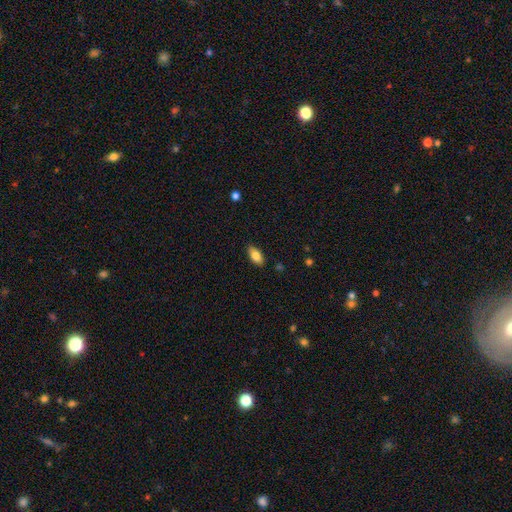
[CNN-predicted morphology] This is clearly a smooth galaxy (82%). How rounded: clearly in between (90%). Merging: clearly none (87%).